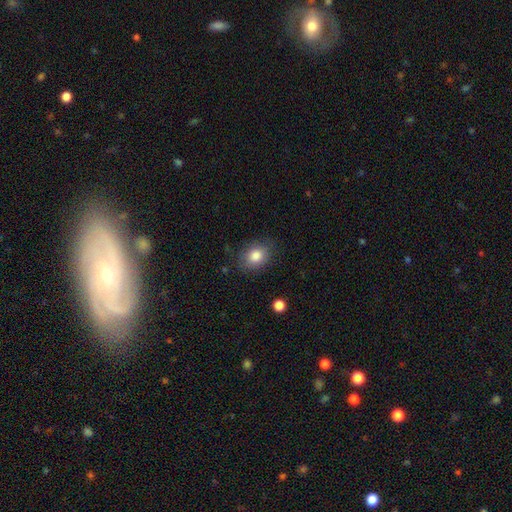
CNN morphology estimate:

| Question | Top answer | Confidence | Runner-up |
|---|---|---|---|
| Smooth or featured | smooth | 84% | star or artifact (9%) |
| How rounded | in between | 56% | round (43%) |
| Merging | none | 81% | minor disturbance (14%) |